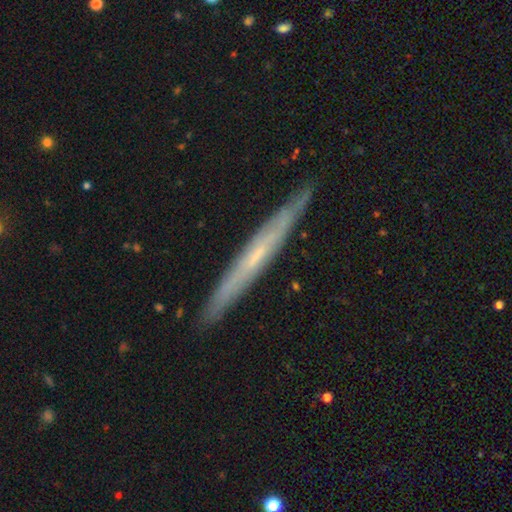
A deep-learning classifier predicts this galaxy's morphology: type=featured or disk (62%); edge-on=yes (92%); edge-on bulge=none (71%); merging=none (89%).